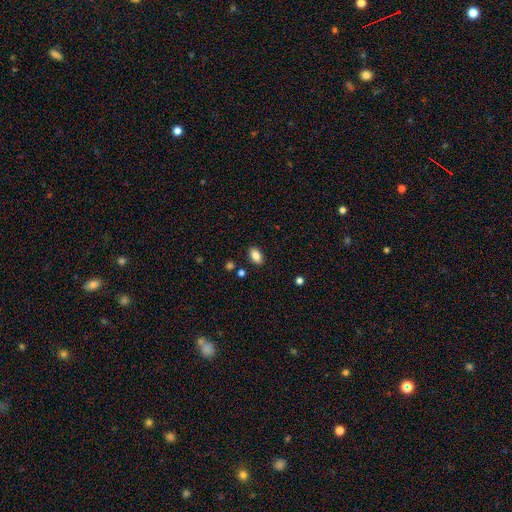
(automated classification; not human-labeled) Morphology: type=smooth (85%); roundness=in between (88%); merging=none (86%).